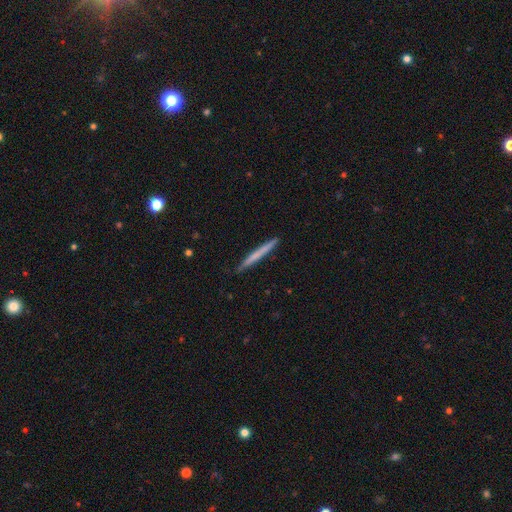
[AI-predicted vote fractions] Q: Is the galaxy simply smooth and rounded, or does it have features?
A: smooth — 61%.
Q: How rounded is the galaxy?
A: cigar-shaped — 97%.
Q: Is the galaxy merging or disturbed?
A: none — 89%.